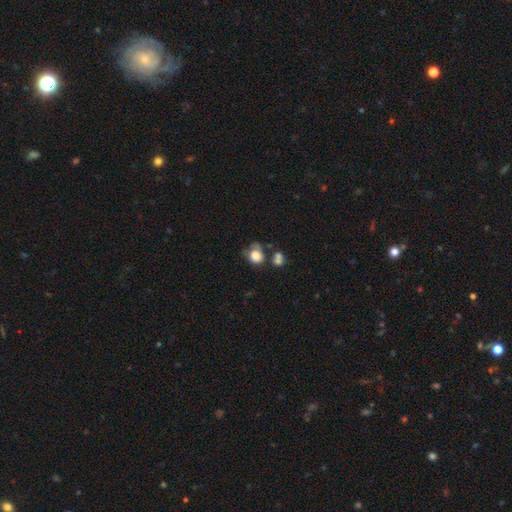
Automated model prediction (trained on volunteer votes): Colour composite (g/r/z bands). It shows a smooth galaxy with no disk features (80%) that is round (64%). Merging: none (40%).